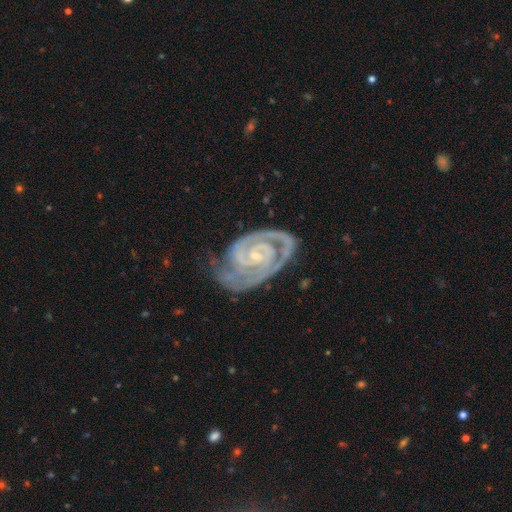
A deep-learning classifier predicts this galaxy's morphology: A featured or disk galaxy (93%) with no bar (52%), 2 (78%) tight (73%) spiral arms (98%) and a small central bulge (76%). Merging: none (64%).